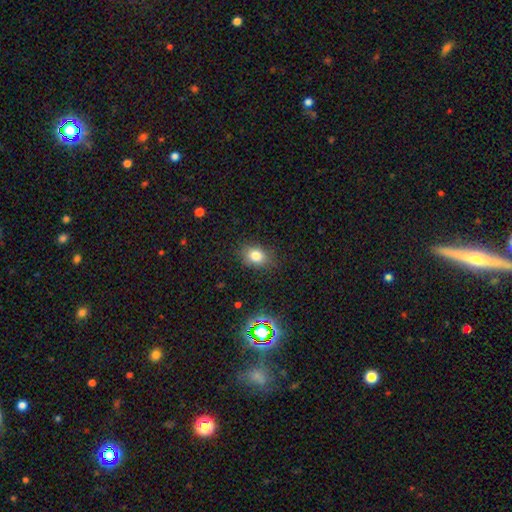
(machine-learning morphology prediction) Q: Smooth or featured?
A: smooth (78%); runner-up: star or artifact (14%)
Q: How rounded?
A: in between (64%); runner-up: round (35%)
Q: Merging?
A: none (81%); runner-up: minor disturbance (14%)